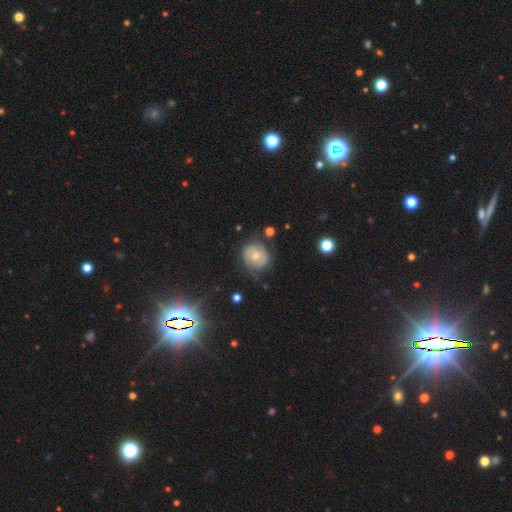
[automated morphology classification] type=smooth (53%); roundness=round (75%); merging=none (64%).